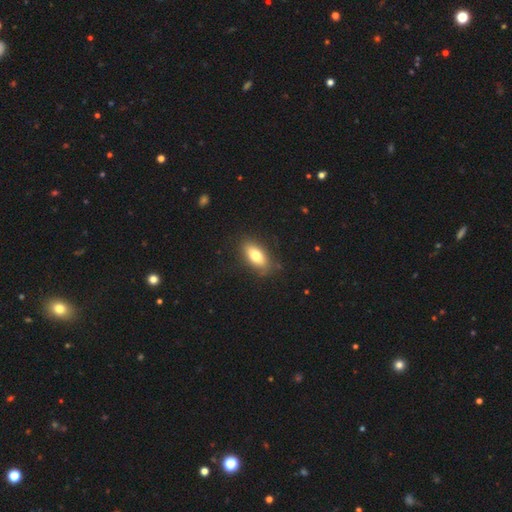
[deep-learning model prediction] smooth-or-featured: smooth: 76% | featured or disk: 16% | star or artifact: 7%
  how-rounded: in between: 86% | cigar-shaped: 10% | round: 4%
  merging: none: 83% | minor disturbance: 12% | major disturbance: 3% | merger: 1%